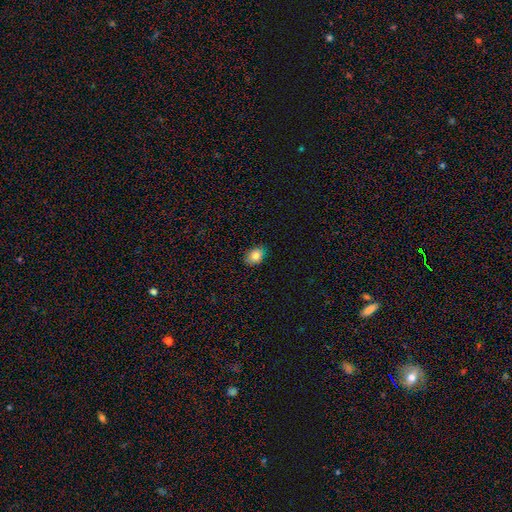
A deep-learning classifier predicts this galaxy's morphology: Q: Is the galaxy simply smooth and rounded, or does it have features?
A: smooth — 84%.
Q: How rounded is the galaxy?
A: in between — 70%.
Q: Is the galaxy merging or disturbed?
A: none — 83%.